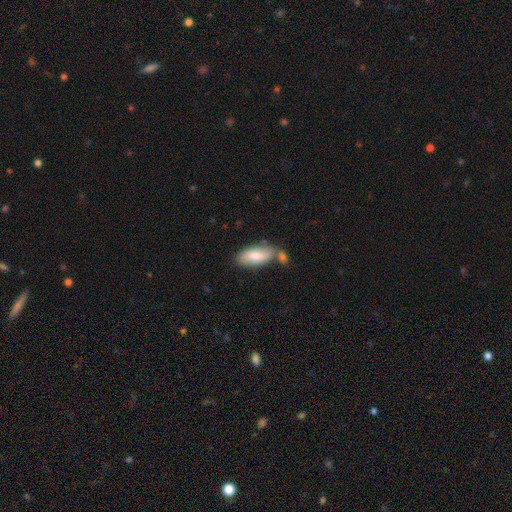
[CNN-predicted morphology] smooth-or-featured: smooth: 76% | featured or disk: 19% | star or artifact: 5%
  how-rounded: in between: 88% | cigar-shaped: 9% | round: 2%
  merging: none: 56% | merger: 24% | minor disturbance: 16% | major disturbance: 4%